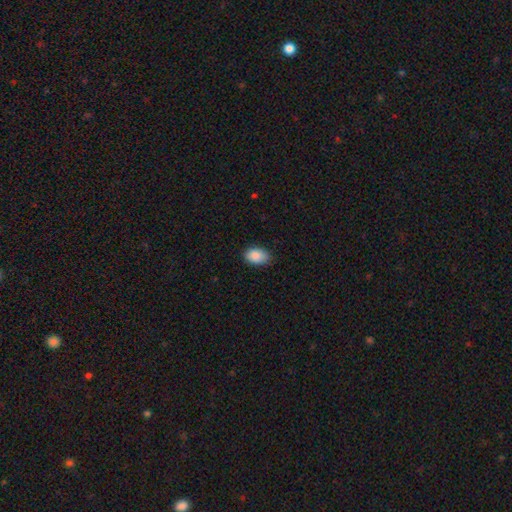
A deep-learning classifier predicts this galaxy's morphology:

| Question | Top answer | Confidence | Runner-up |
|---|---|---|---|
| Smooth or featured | smooth | 90% | star or artifact (7%) |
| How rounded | in between | 89% | round (9%) |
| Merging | none | 82% | minor disturbance (14%) |